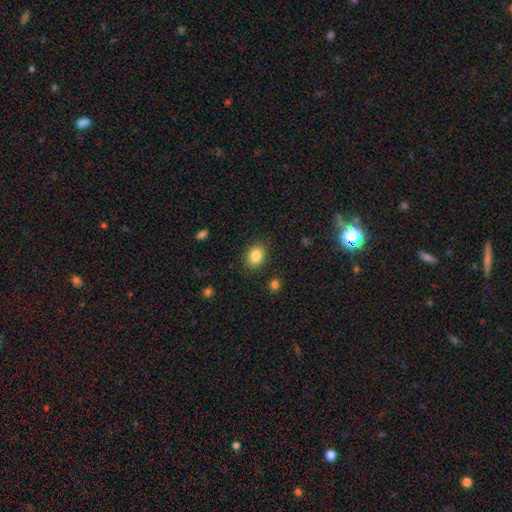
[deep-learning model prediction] The model was most divided on "how rounded": in between: 68%, round: 31%, cigar-shaped: 1%. More confident: merging — none (86%); smooth or featured — smooth (84%).